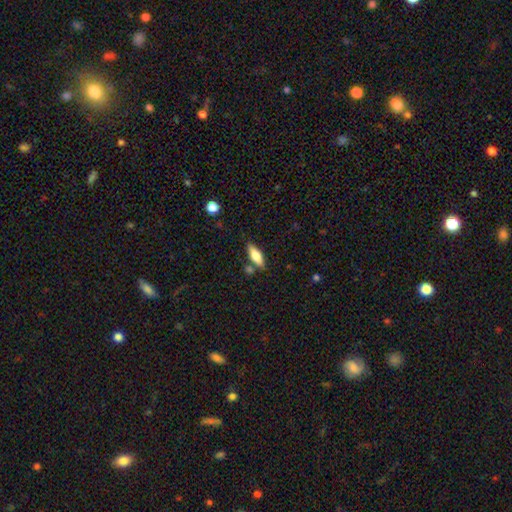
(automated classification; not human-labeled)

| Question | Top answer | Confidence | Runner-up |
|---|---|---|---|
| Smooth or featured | smooth | 62% | featured or disk (31%) |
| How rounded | in between | 61% | cigar-shaped (37%) |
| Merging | none | 78% | minor disturbance (12%) |